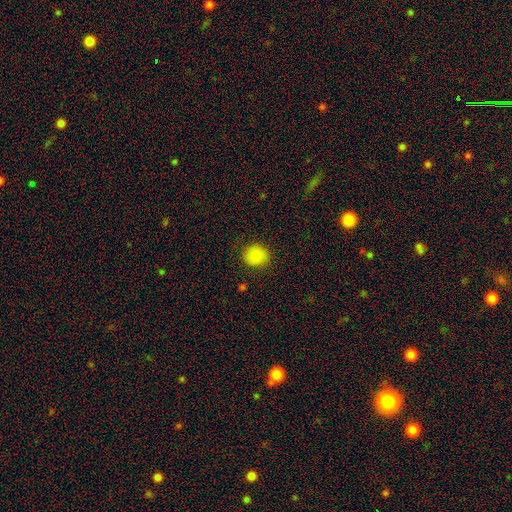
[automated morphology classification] Smooth or featured? smooth (86%)
How rounded? round (82%)
Merging? none (85%)